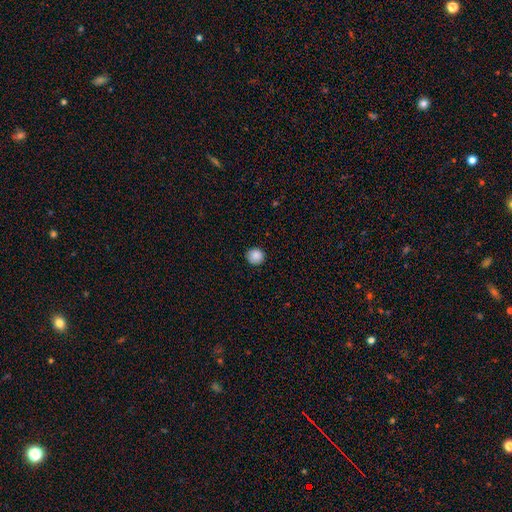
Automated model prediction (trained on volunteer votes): smooth_or_featured: smooth (p=0.87) [alt: star or artifact p=0.09]
how_rounded: round (p=0.93) [alt: in between p=0.06]
merging: none (p=0.91) [alt: minor disturbance p=0.07]